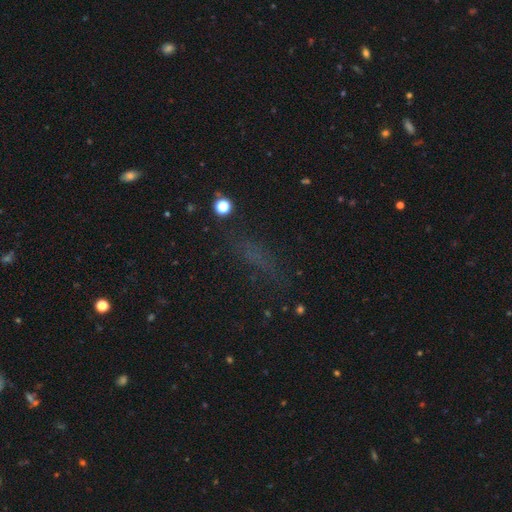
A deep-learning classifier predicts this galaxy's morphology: smooth-or-featured: smooth: 46% | star or artifact: 37% | featured or disk: 17%
  merging: none: 66% | minor disturbance: 17% | major disturbance: 13% | merger: 4%